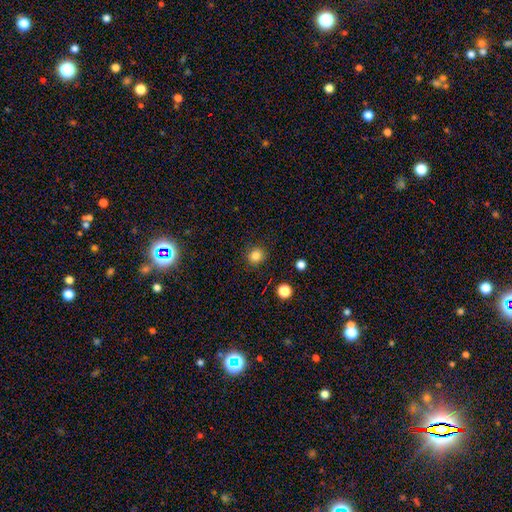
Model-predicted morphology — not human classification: Smooth or featured?
  - smooth: 83% *
  - star or artifact: 13%
  - featured or disk: 5%
How rounded?
  - round: 88% *
  - in between: 11%
  - cigar-shaped: 1%
Merging?
  - none: 90% *
  - minor disturbance: 7%
  - major disturbance: 2%
  - merger: 1%